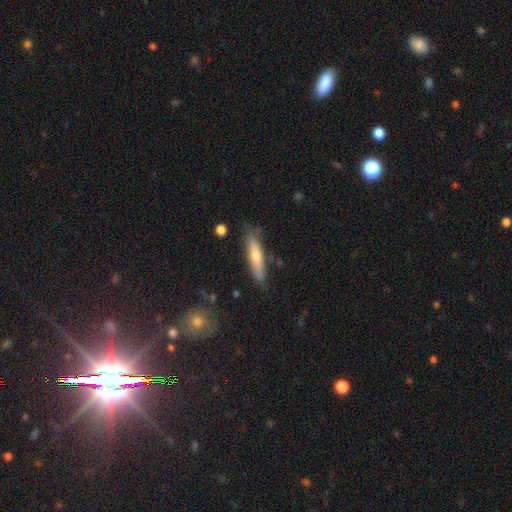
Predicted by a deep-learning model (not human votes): Overall: smooth (57%; featured or disk 37%). How rounded: cigar-shaped (83%). Merging: none (80%).